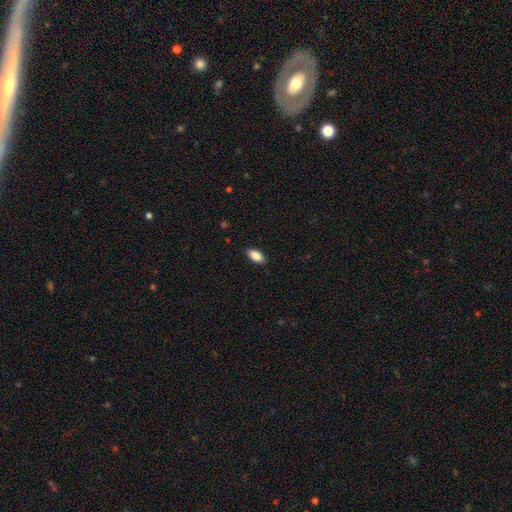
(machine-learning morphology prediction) smooth 88%, star or artifact 7%, featured or disk 5%. Down the decision tree: how rounded — in between (93%); merging — none (89%).